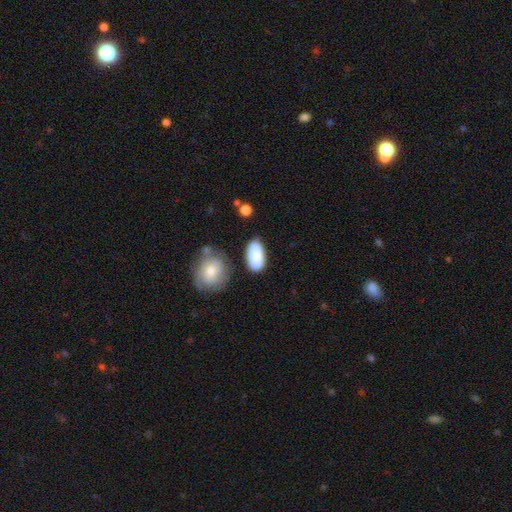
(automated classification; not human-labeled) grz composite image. It shows a smooth galaxy with no disk features (85%) that is in between round and cigar-shaped (92%). Merging: none (69%).